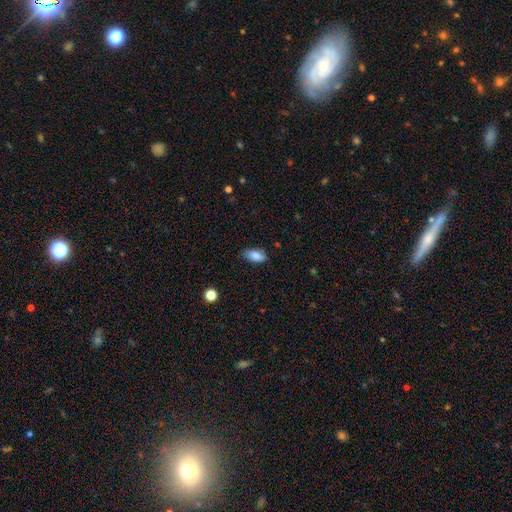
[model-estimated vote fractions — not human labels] Smooth or featured? Predicted: smooth (p=0.87). How rounded? Predicted: in between (p=0.91). Merging? Predicted: none (p=0.79).